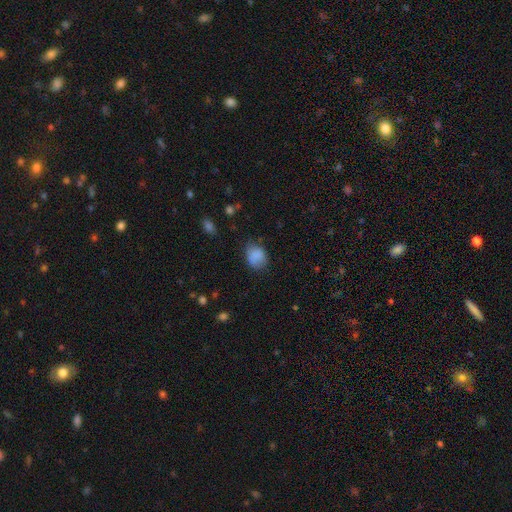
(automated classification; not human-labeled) This appears to be a smooth galaxy with no disk features (84%) that is round (51%). Merging: none (68%).